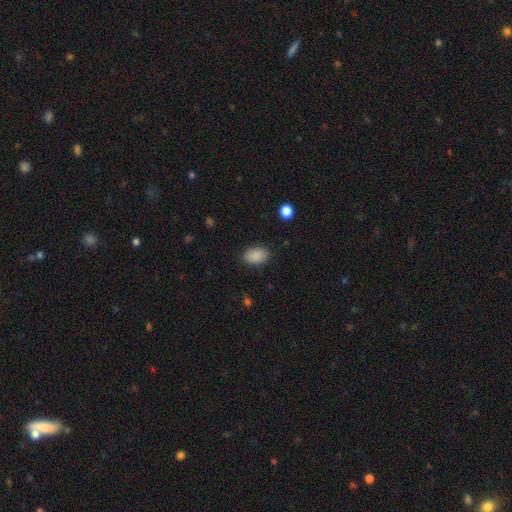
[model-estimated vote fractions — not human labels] smooth 89%, star or artifact 8%, featured or disk 3%. Down the decision tree: how rounded — in between (82%); merging — none (86%).